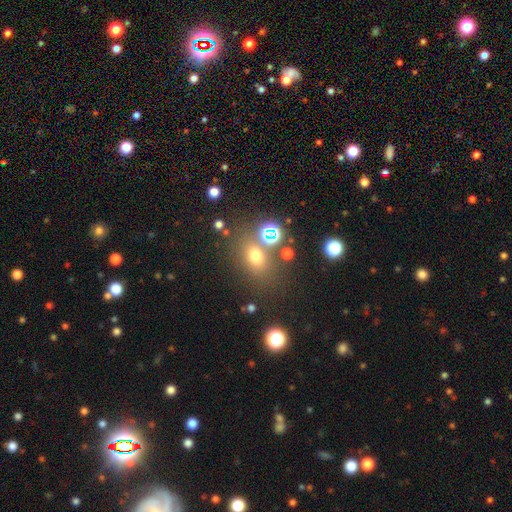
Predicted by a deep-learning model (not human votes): A smooth galaxy with no disk features (63%) that is in between round and cigar-shaped (52%). Merging: none (68%).